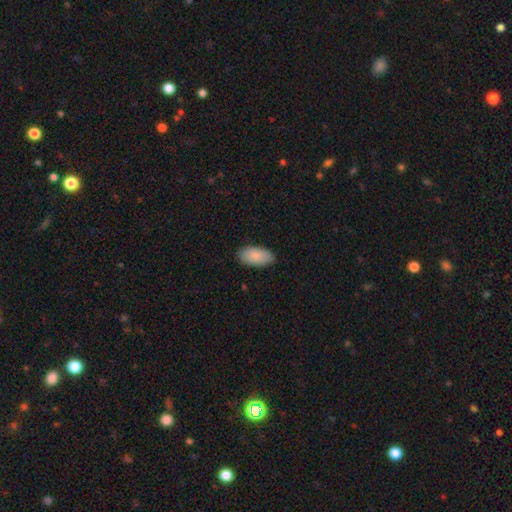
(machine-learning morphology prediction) Overall: smooth (87%). How rounded: in between (95%). Merging: none (85%).